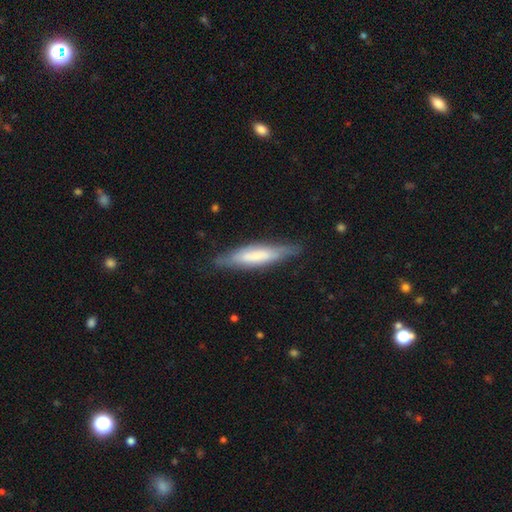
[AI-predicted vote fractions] This appears to be a smooth galaxy with no disk features (49%). Merging: none (79%).